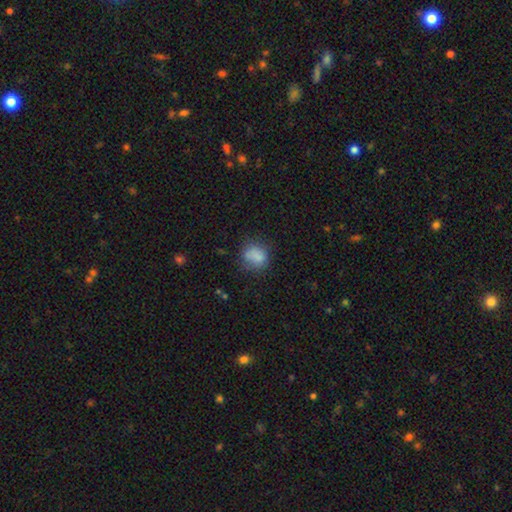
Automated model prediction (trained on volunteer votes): Q: Smooth or featured?
A: smooth (79%); runner-up: star or artifact (11%)
Q: How rounded?
A: round (58%); runner-up: in between (40%)
Q: Merging?
A: none (61%); runner-up: minor disturbance (25%)